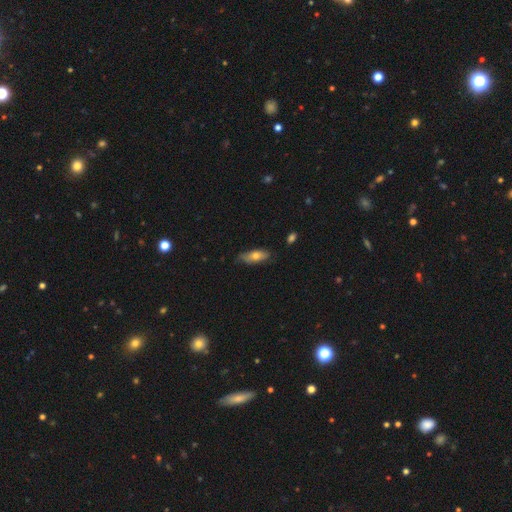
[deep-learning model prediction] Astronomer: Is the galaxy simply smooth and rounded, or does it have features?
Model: smooth — 63%.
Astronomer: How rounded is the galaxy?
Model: in between — 65%.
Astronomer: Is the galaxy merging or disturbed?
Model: none — 69%.